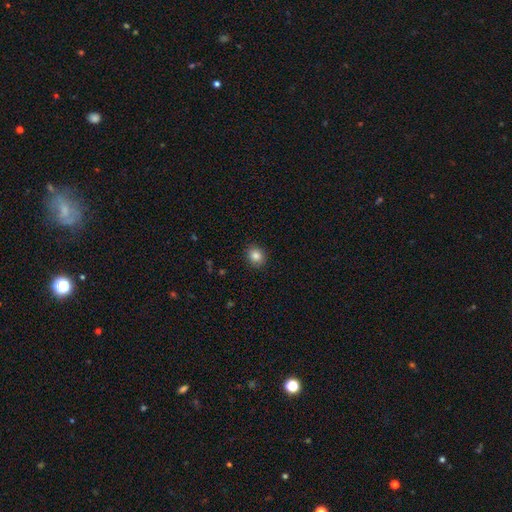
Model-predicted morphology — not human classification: Smooth or featured? Predicted: smooth (p=0.85). How rounded? Predicted: round (p=0.73). Merging? Predicted: none (p=0.89).